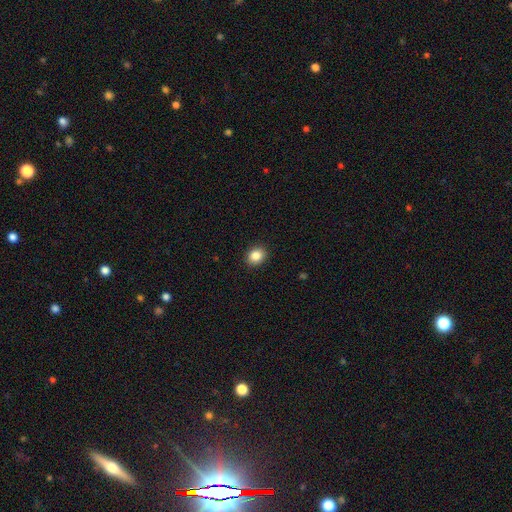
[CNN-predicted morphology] Q: Smooth or featured?
A: smooth (86%); runner-up: star or artifact (9%)
Q: How rounded?
A: round (65%); runner-up: in between (35%)
Q: Merging?
A: none (92%); runner-up: minor disturbance (6%)